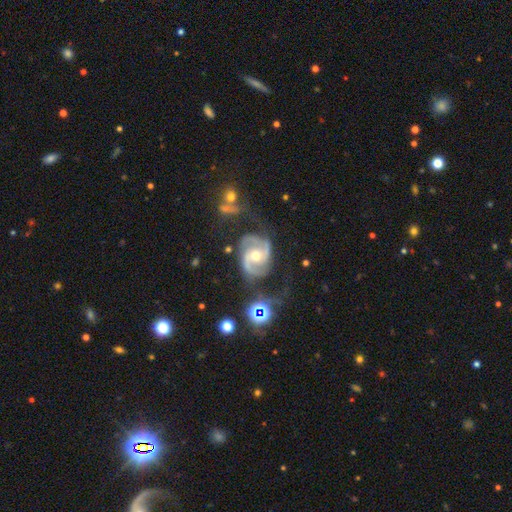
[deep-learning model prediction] Smooth or featured: featured or disk — 89% (star or artifact — 6%)
Edge-on disk: no — 98% (yes — 2%)
Bar: no — 52% (weak — 34%)
Spiral arms: yes — 97% (no — 3%)
Spiral winding: medium — 54% (tight — 26%)
Spiral arm count: 2 — 69% (3 — 18%)
Bulge size: moderate — 73% (small — 22%)
Merging: none — 62% (minor disturbance — 22%)